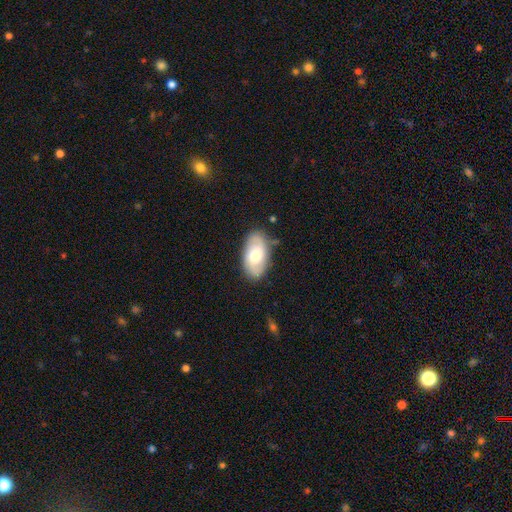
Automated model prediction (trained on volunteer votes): smooth 50%, featured or disk 44%, star or artifact 6%. Down the decision tree: how rounded — in between (93%); merging — none (79%).